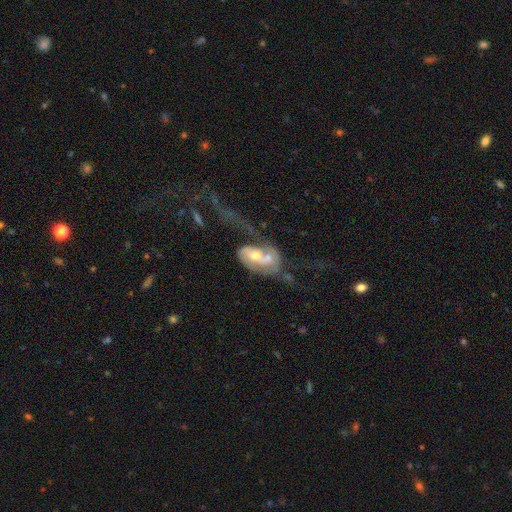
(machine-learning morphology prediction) Smooth or featured?
  - featured or disk: 67% *
  - smooth: 25%
  - star or artifact: 7%
Edge-on disk?
  - no: 94% *
  - yes: 6%
Bar?
  - no: 57% *
  - weak: 31%
  - strong: 12%
Spiral arms?
  - yes: 71% *
  - no: 29%
Bulge size?
  - moderate: 55% *
  - small: 32%
  - large: 7%
  - none: 4%
  - dominant: 2%
Merging?
  - merger: 51% *
  - major disturbance: 27%
  - none: 13%
  - minor disturbance: 9%